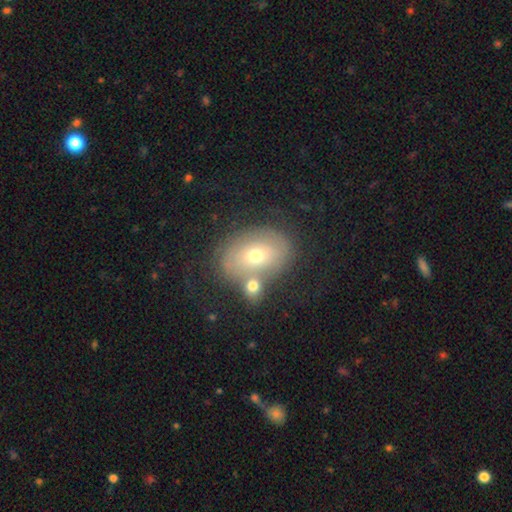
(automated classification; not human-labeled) Morphology: type=featured or disk (46%); merging=none (60%).